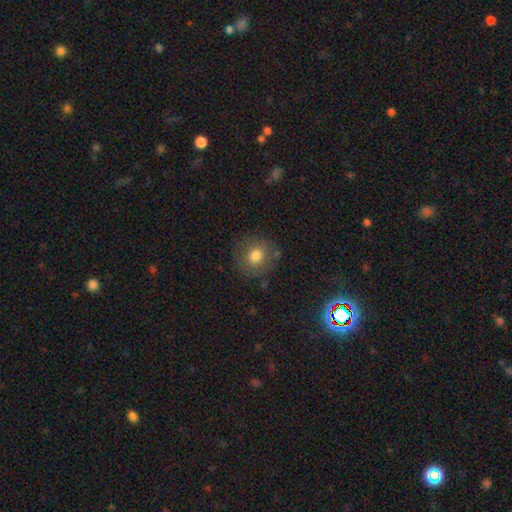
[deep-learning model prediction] smooth 76%, featured or disk 13%, star or artifact 11%. Down the decision tree: how rounded — round (86%); merging — none (80%).